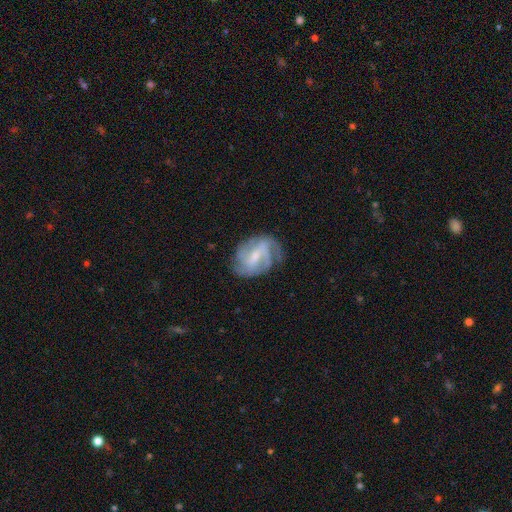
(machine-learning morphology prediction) smooth_or_featured: featured or disk (p=0.77) [alt: smooth p=0.16]
disk_edge_on: no (p=0.97) [alt: yes p=0.03]
bar: weak (p=0.52) [alt: strong p=0.28]
has_spiral_arms: yes (p=0.91) [alt: no p=0.09]
spiral_winding: medium (p=0.43) [alt: tight p=0.34]
spiral_arm_count: 3 (p=0.29) [alt: 2 p=0.25]
bulge_size: small (p=0.49) [alt: moderate p=0.38]
merging: none (p=0.61) [alt: minor disturbance p=0.23]